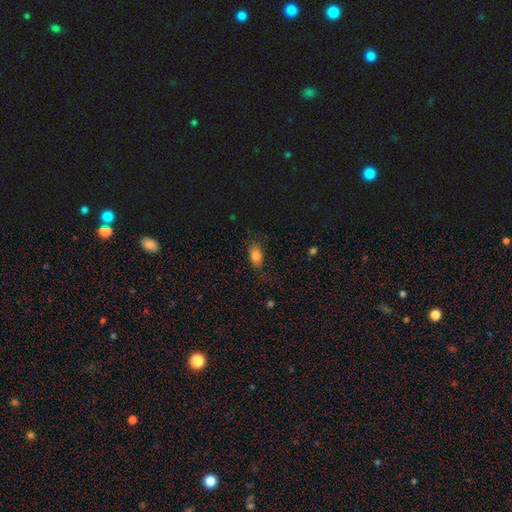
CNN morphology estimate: smooth_or_featured: smooth (p=0.80) [alt: star or artifact p=0.10]
how_rounded: in between (p=0.84) [alt: round p=0.11]
merging: none (p=0.73) [alt: minor disturbance p=0.20]